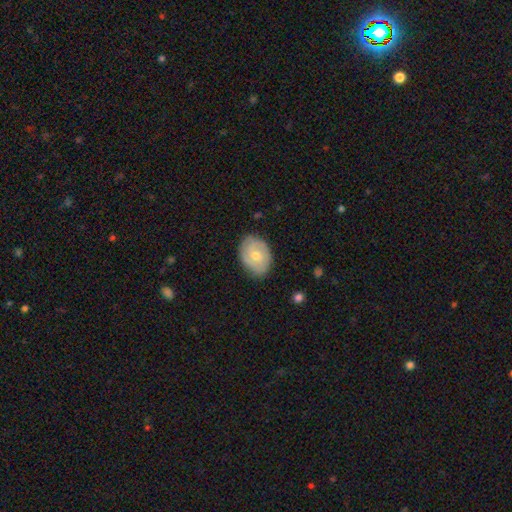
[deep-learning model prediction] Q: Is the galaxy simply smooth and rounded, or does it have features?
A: smooth — 51%.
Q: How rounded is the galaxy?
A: in between — 76%.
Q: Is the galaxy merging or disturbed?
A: none — 79%.